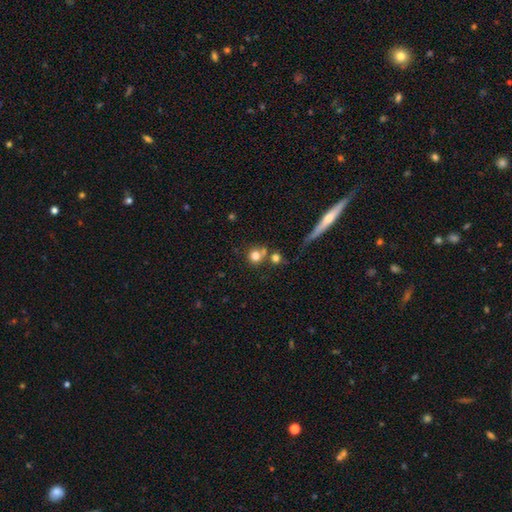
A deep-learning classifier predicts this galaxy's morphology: Smooth or featured?
  - smooth: 77% *
  - star or artifact: 12%
  - featured or disk: 11%
How rounded?
  - round: 90% *
  - in between: 8%
  - cigar-shaped: 1%
Merging?
  - none: 56% *
  - merger: 32%
  - minor disturbance: 8%
  - major disturbance: 5%